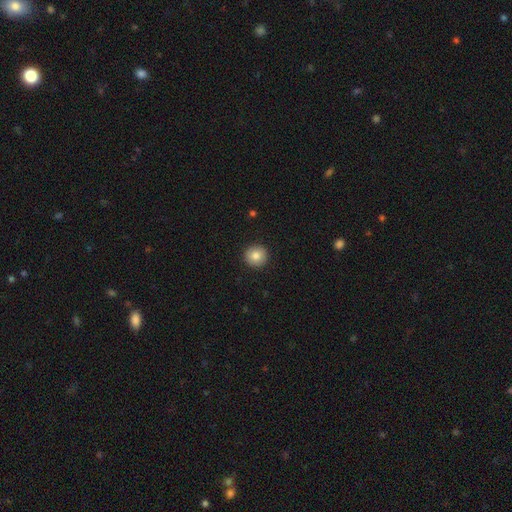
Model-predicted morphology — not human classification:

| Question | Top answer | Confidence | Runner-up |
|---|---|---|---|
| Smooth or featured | smooth | 84% | star or artifact (9%) |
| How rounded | round | 95% | in between (4%) |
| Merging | none | 93% | minor disturbance (5%) |